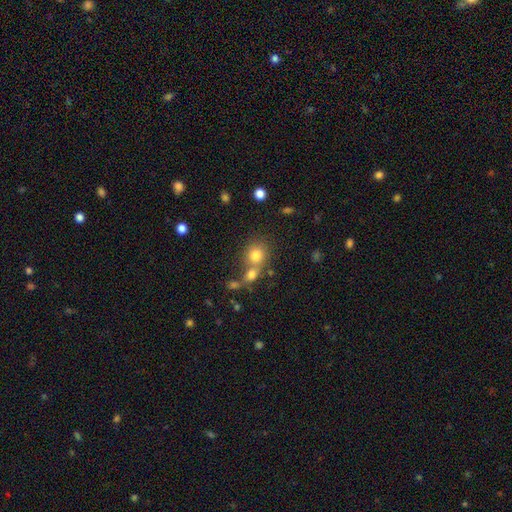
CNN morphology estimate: A smooth galaxy with no disk features (78%) that is round (77%).

Vote fractions:
- Smooth or featured? smooth: 78% / star or artifact: 12% / featured or disk: 10%
- How rounded? round: 77% / in between: 22% / cigar-shaped: 1%
- Merging? none: 44% / merger: 43% / minor disturbance: 8% / major disturbance: 4%